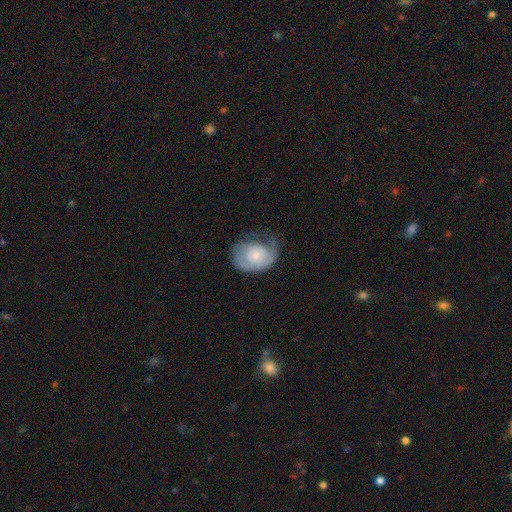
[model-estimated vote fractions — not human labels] This appears to be a featured or disk galaxy (48%). Merging: none (37%).